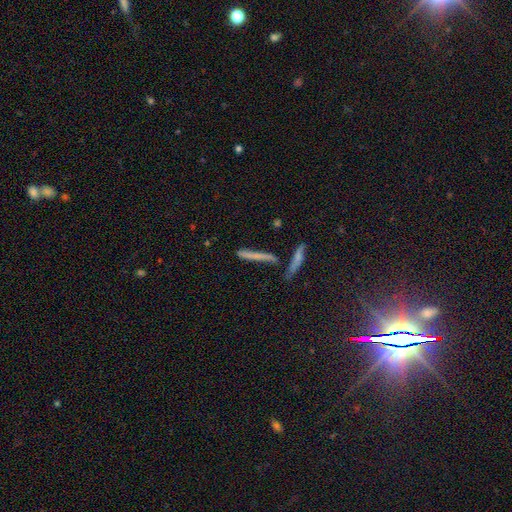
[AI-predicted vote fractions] Smooth or featured?
  - smooth: 55% *
  - featured or disk: 33%
  - star or artifact: 12%
How rounded?
  - cigar-shaped: 94% *
  - in between: 4%
  - round: 2%
Merging?
  - none: 63% *
  - minor disturbance: 16%
  - merger: 16%
  - major disturbance: 6%